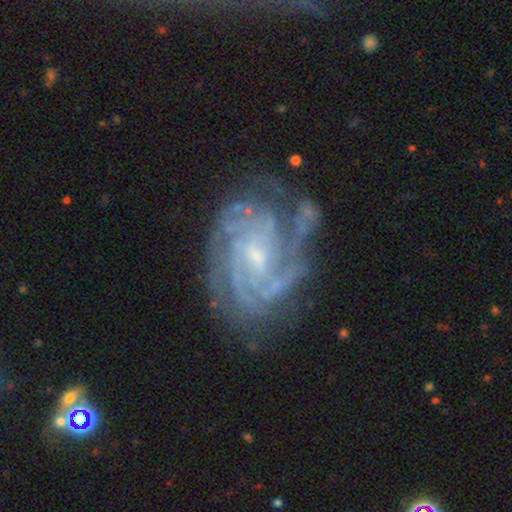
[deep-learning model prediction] This is clearly a featured or disk galaxy (90%). It is clearly not viewed edge-on (97%). Bar: possibly weak (46%). Spiral arm pattern: clearly yes (97%). Spiral arm count: marginally 4 (26%). Spiral winding: likely tight (65%). Central bulge: likely small (65%). Merging: likely none (67%).